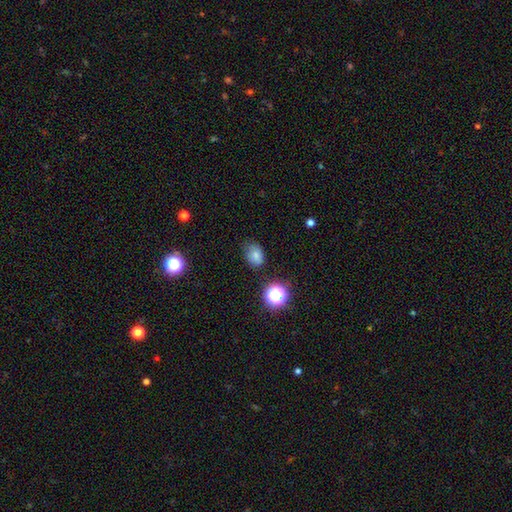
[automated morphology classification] Q: Smooth or featured?
A: smooth (76%); runner-up: star or artifact (15%)
Q: How rounded?
A: in between (69%); runner-up: round (30%)
Q: Merging?
A: none (65%); runner-up: minor disturbance (26%)